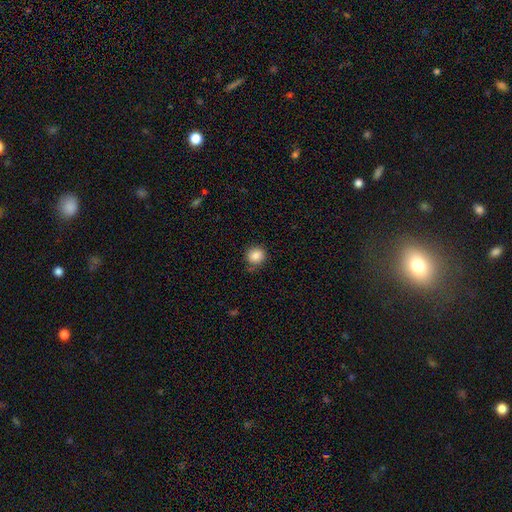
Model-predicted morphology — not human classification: Smooth or featured?
  - smooth: 85% *
  - star or artifact: 10%
  - featured or disk: 5%
How rounded?
  - round: 89% *
  - in between: 10%
  - cigar-shaped: 1%
Merging?
  - none: 80% *
  - minor disturbance: 14%
  - major disturbance: 3%
  - merger: 2%